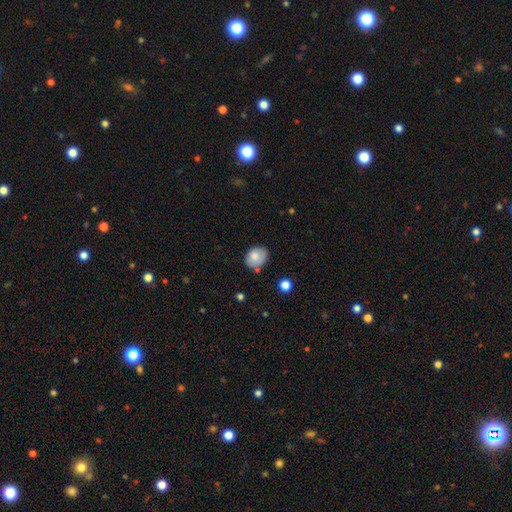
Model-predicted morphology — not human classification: A smooth galaxy with no disk features (74%) that is in between round and cigar-shaped (56%). Merging: none (68%).